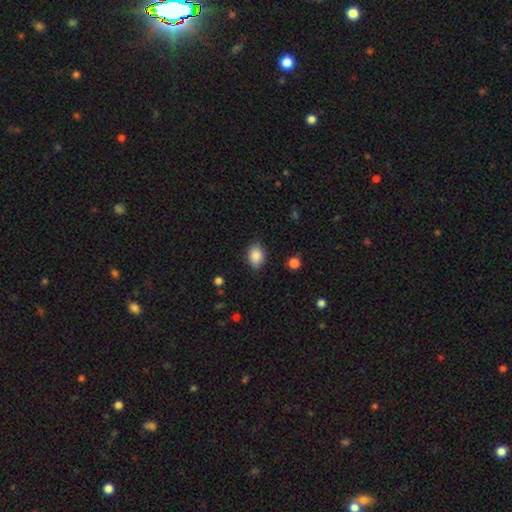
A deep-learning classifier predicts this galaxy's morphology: smooth-or-featured: smooth: 86% | star or artifact: 8% | featured or disk: 6%
  how-rounded: in between: 76% | round: 23% | cigar-shaped: 1%
  merging: none: 84% | minor disturbance: 12% | major disturbance: 3% | merger: 1%